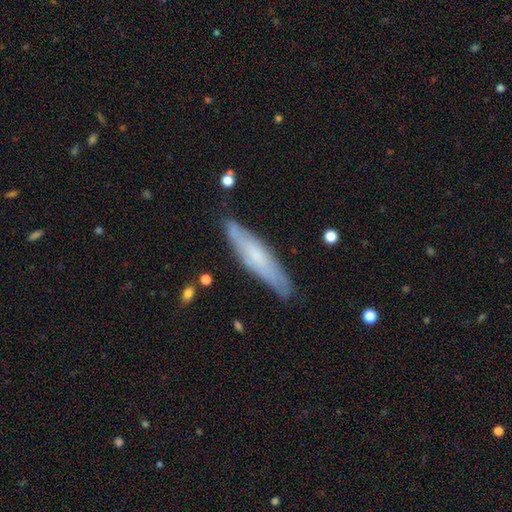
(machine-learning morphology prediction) Smooth or featured: smooth — 50% (featured or disk — 42%)
How rounded: cigar-shaped — 81% (in between — 17%)
Merging: none — 80% (minor disturbance — 15%)